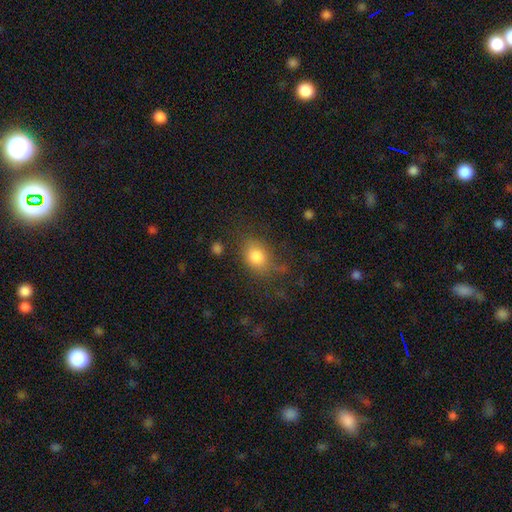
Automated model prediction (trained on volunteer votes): Smooth or featured?
  - smooth: 80% *
  - star or artifact: 11%
  - featured or disk: 9%
How rounded?
  - in between: 59% *
  - round: 39%
  - cigar-shaped: 2%
Merging?
  - none: 64% *
  - minor disturbance: 21%
  - major disturbance: 12%
  - merger: 3%